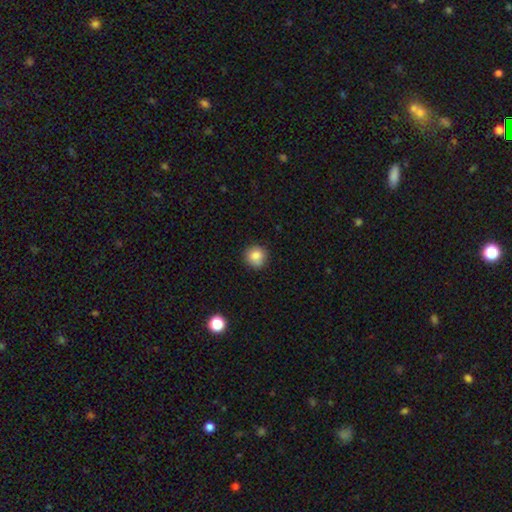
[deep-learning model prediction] A smooth galaxy with no disk features (84%) that is round (91%). Merging: none (82%).